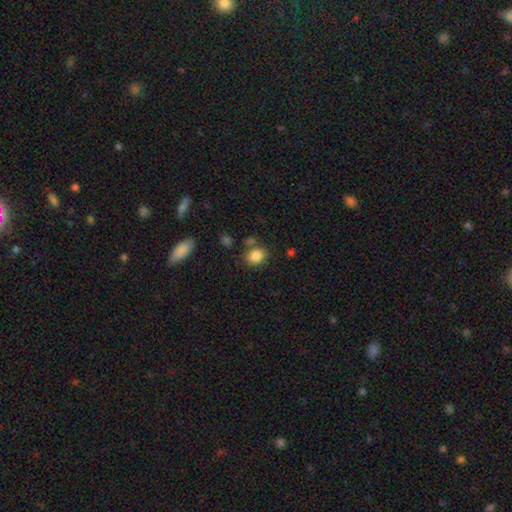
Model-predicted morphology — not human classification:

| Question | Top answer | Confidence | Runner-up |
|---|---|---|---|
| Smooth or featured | smooth | 85% | star or artifact (9%) |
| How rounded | in between | 52% | round (47%) |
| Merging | none | 72% | minor disturbance (13%) |